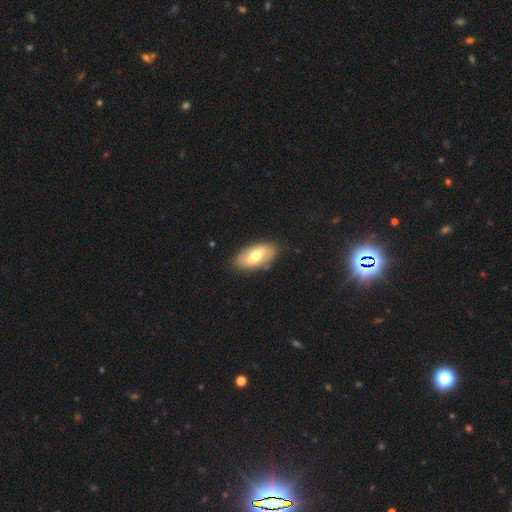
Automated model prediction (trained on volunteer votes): Morphology: type=smooth (63%); roundness=in between (92%); merging=none (82%).